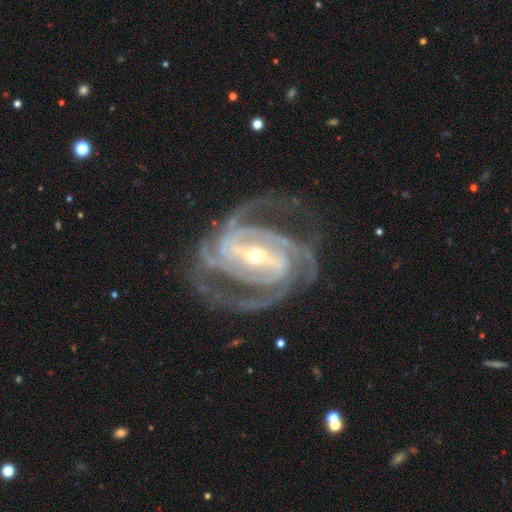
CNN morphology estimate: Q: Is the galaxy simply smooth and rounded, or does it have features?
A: featured or disk — 93%.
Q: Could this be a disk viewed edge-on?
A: no — 97%.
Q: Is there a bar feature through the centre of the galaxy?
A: strong — 69%.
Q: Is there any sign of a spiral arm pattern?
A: yes — 99%.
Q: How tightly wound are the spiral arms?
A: tight — 50%.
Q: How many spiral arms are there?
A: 3 — 37%.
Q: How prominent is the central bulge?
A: small — 62%.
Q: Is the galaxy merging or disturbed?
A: none — 71%.